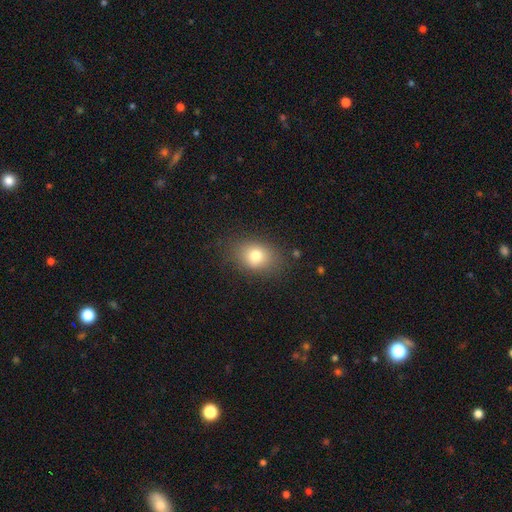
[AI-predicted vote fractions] The model was most divided on "how rounded": in between: 62%, round: 36%, cigar-shaped: 1%. More confident: merging — none (81%); smooth or featured — smooth (78%).